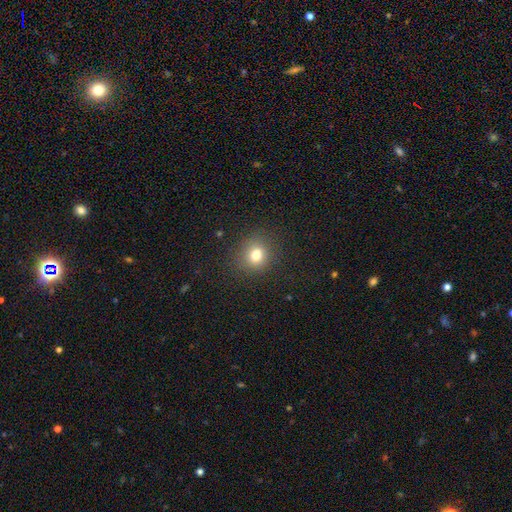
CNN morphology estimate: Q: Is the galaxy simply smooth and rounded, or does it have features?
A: smooth — 77%.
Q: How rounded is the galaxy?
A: round — 71%.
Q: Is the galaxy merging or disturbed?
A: none — 79%.